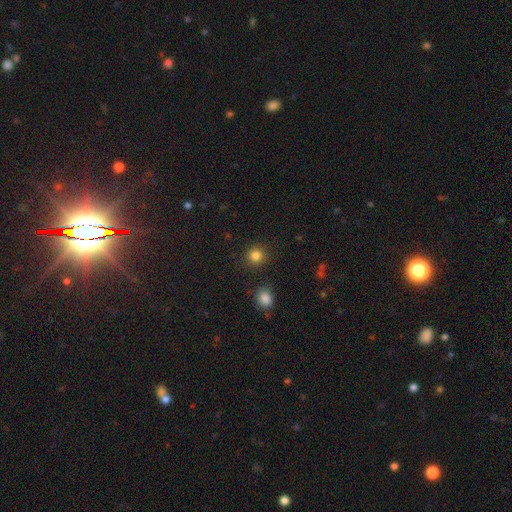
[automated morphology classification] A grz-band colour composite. It shows a smooth galaxy with no disk features (84%) that is round (91%). Merging: none (89%).